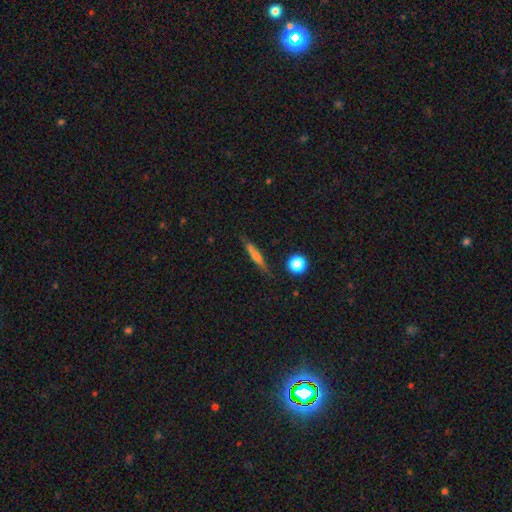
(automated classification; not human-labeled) Overall: featured or disk (49%; smooth 41%). Merging: none (86%).